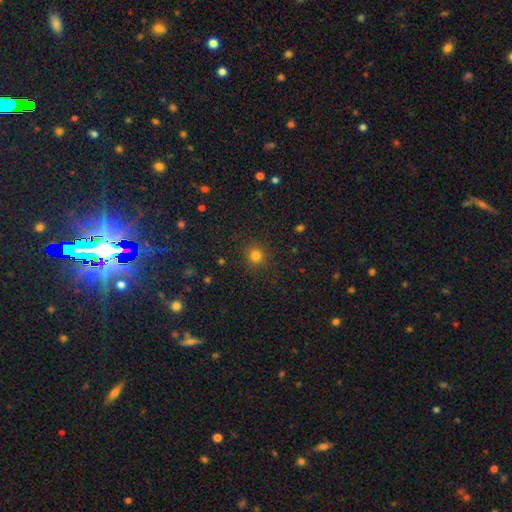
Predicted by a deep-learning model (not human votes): Q: Smooth or featured?
A: smooth (81%); runner-up: star or artifact (15%)
Q: How rounded?
A: round (91%); runner-up: in between (8%)
Q: Merging?
A: none (89%); runner-up: minor disturbance (7%)